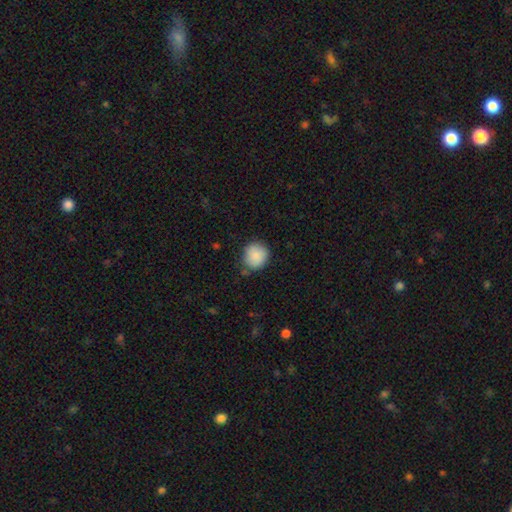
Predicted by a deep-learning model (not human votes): Smooth or featured? smooth (86%)
How rounded? round (85%)
Merging? none (77%)